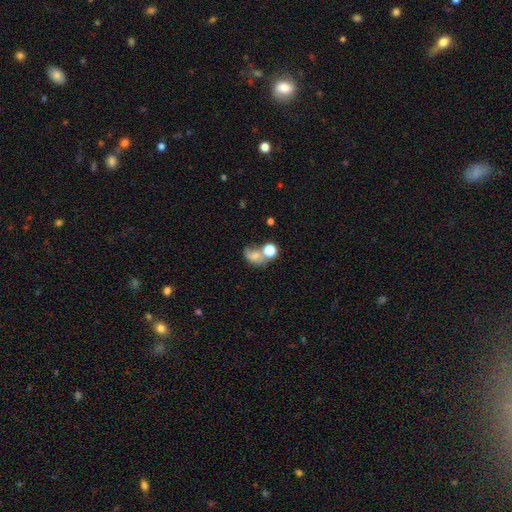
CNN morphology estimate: A smooth galaxy with no disk features (64%) that is in between round and cigar-shaped (57%). Merging: merger (45%).